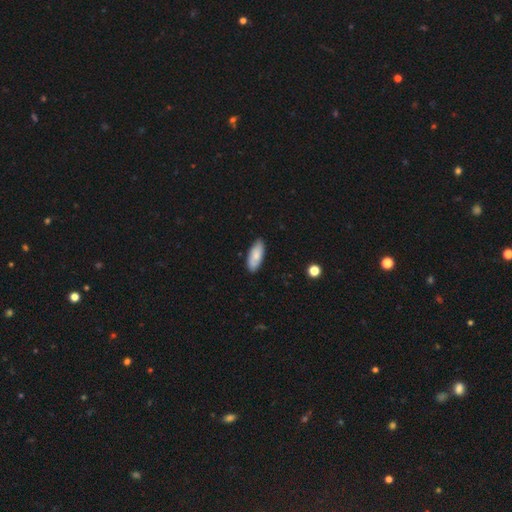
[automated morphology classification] Smooth or featured? smooth (75%)
How rounded? in between (83%)
Merging? none (84%)